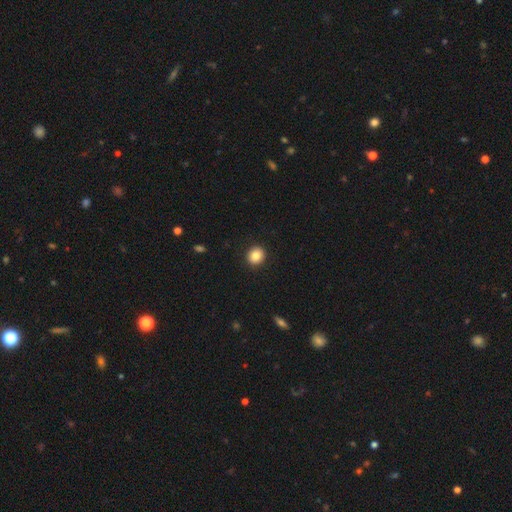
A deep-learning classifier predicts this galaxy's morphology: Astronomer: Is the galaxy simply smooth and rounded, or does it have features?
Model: smooth — 85%.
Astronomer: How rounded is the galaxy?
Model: round — 80%.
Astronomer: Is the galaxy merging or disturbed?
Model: none — 92%.